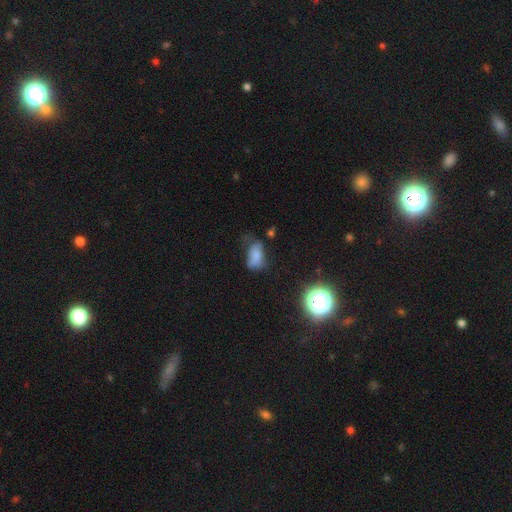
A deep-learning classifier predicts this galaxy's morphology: Q: Smooth or featured?
A: smooth (67%); runner-up: featured or disk (18%)
Q: How rounded?
A: in between (88%); runner-up: round (10%)
Q: Merging?
A: none (37%); runner-up: minor disturbance (35%)